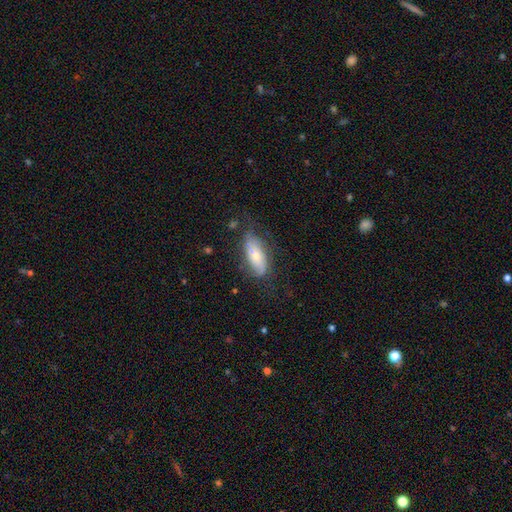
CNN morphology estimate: smooth_or_featured: smooth (p=0.50) [alt: featured or disk p=0.43]
how_rounded: in between (p=0.79) [alt: cigar-shaped p=0.18]
merging: none (p=0.62) [alt: minor disturbance p=0.25]